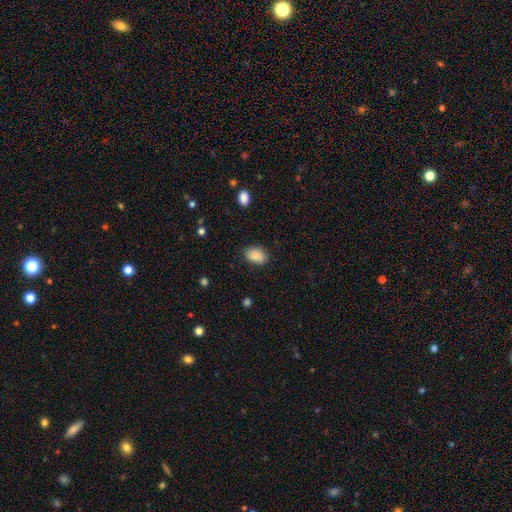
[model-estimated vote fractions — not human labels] smooth-or-featured: smooth: 87% | star or artifact: 7% | featured or disk: 5%
  how-rounded: in between: 85% | round: 13% | cigar-shaped: 1%
  merging: none: 79% | minor disturbance: 16% | major disturbance: 4% | merger: 1%